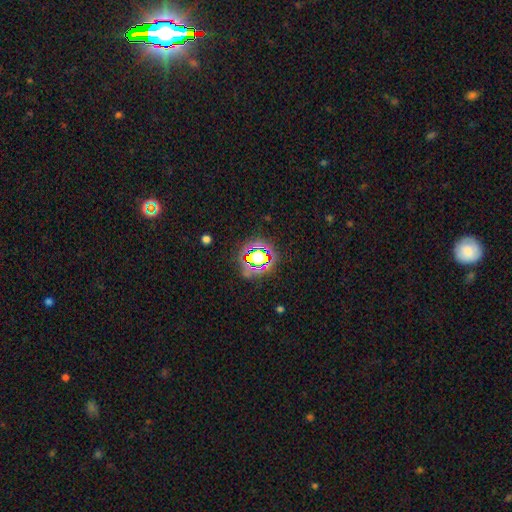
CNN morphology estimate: Smooth or featured? Predicted: star or artifact (p=0.52).